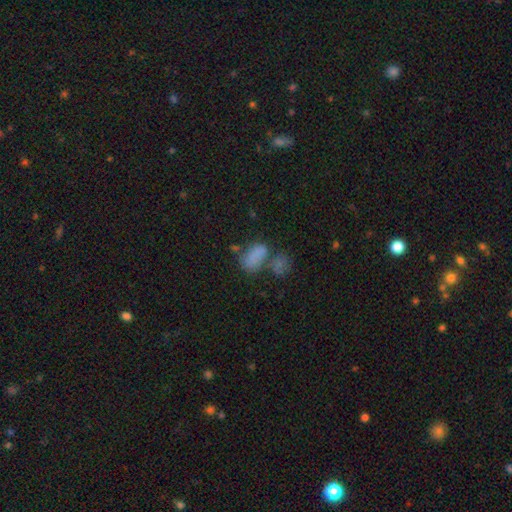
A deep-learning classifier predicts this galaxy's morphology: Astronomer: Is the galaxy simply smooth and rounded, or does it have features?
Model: smooth — 76%.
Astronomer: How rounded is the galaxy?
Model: in between — 89%.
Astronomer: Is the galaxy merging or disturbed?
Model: merger — 42% (runner-up: none, 33%).